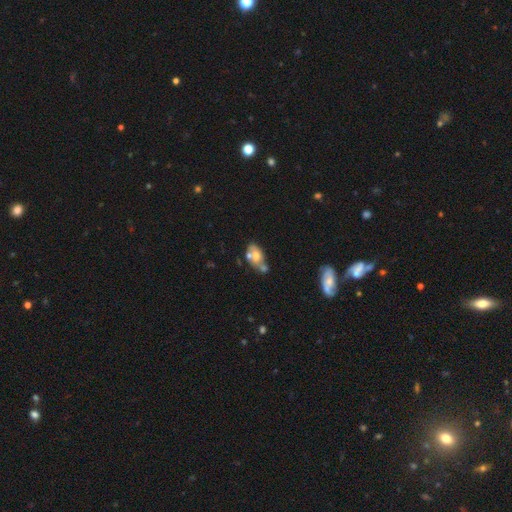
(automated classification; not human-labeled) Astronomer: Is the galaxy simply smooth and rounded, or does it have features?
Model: smooth — 49% (runner-up: featured or disk, 42%).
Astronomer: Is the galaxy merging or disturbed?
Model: merger — 40% (runner-up: none, 33%).